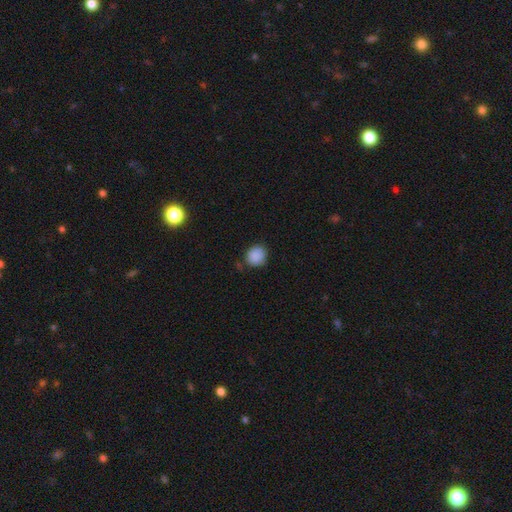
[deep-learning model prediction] A smooth galaxy with no disk features (88%) that is round (83%). Merging: none (78%).